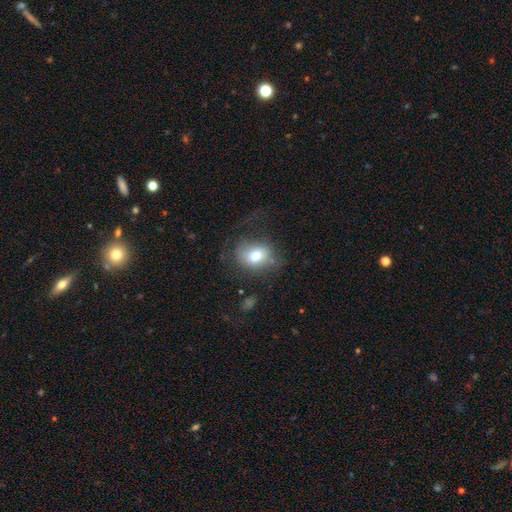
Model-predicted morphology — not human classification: Overall: smooth (73%). How rounded: in between (51%; round 48%). Merging: none (55%; minor disturbance 22%).